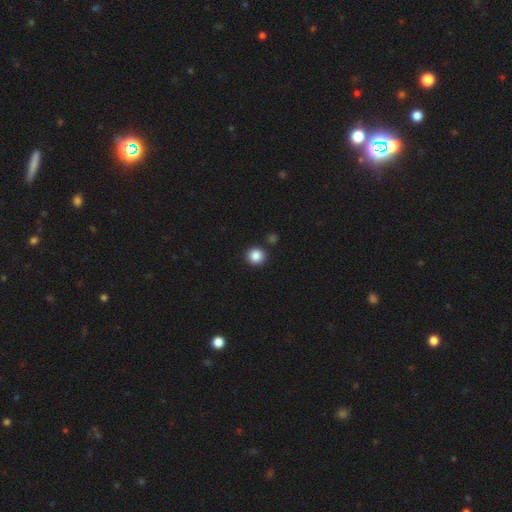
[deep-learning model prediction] This appears to be a smooth galaxy with no disk features (87%) that is round (93%). Merging: none (89%).